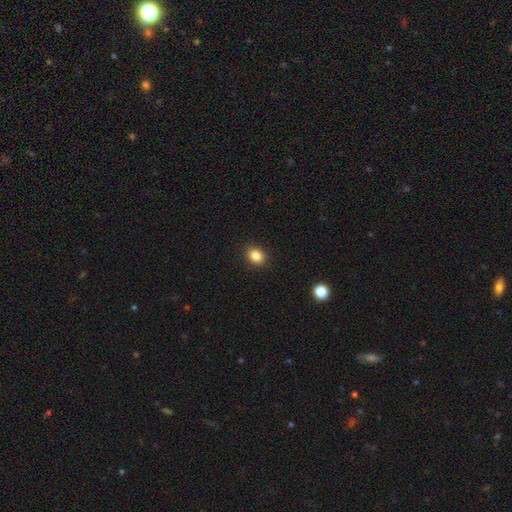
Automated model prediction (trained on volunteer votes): A smooth galaxy with no disk features (85%) that is round (51%). Merging: none (91%).